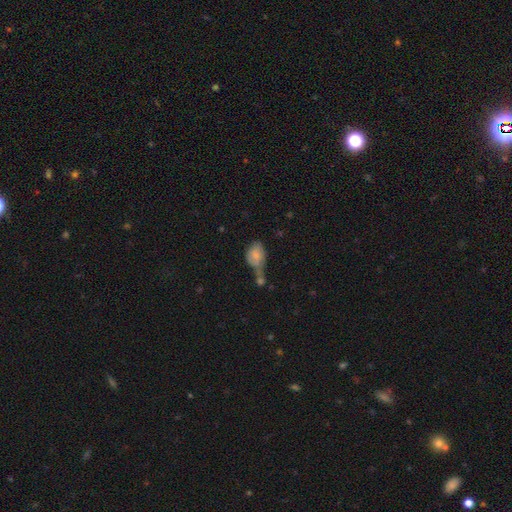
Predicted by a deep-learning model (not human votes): A smooth galaxy with no disk features (72%) that is in between round and cigar-shaped (76%).

Vote fractions:
- Smooth or featured? smooth: 72% / featured or disk: 20% / star or artifact: 8%
- How rounded? in between: 76% / round: 22% / cigar-shaped: 2%
- Merging? merger: 40% / none: 25% / minor disturbance: 20% / major disturbance: 14%